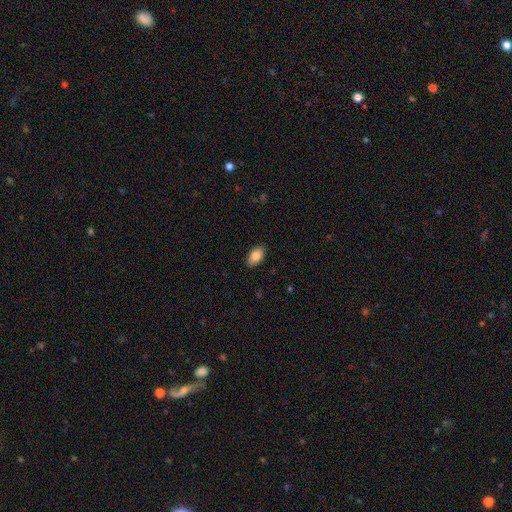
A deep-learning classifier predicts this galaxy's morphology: smooth_or_featured: smooth (p=0.85) [alt: featured or disk p=0.08]
how_rounded: in between (p=0.93) [alt: round p=0.06]
merging: none (p=0.88) [alt: minor disturbance p=0.09]